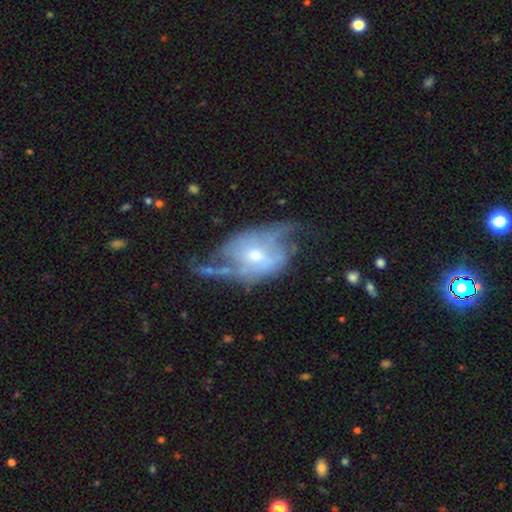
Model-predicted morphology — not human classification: Q: Smooth or featured?
A: featured or disk (80%); runner-up: smooth (14%)
Q: Edge-on disk?
A: no (94%); runner-up: yes (6%)
Q: Bar?
A: no (55%); runner-up: weak (34%)
Q: Spiral arms?
A: yes (85%); runner-up: no (15%)
Q: Spiral winding?
A: loose (53%); runner-up: medium (33%)
Q: Spiral arm count?
A: 2 (79%); runner-up: can't tell (11%)
Q: Bulge size?
A: moderate (54%); runner-up: small (39%)
Q: Merging?
A: none (47%); runner-up: major disturbance (25%)